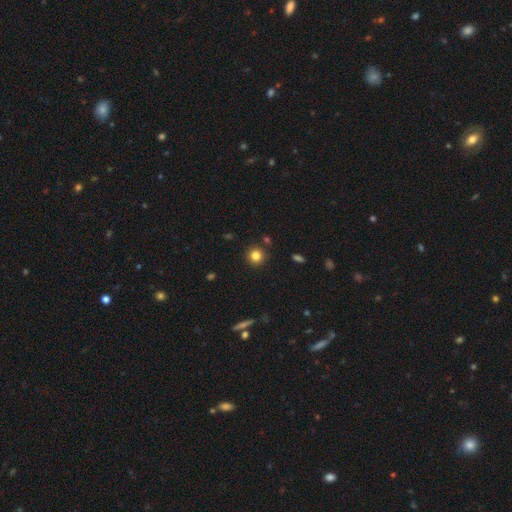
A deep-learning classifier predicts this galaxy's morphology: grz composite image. It shows a smooth galaxy with no disk features (82%) that is round (93%). Merging: none (88%).